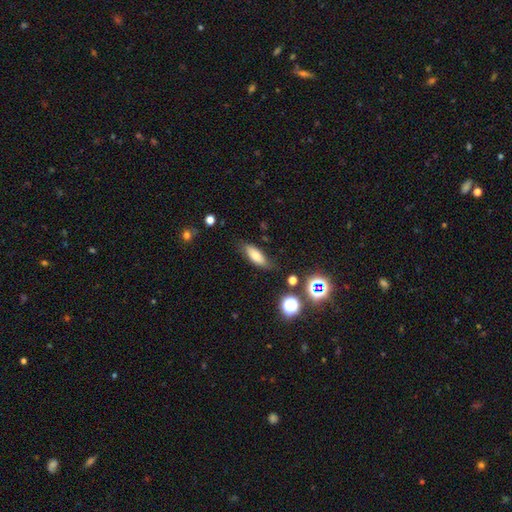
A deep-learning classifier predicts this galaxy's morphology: Smooth or featured? smooth (72%)
How rounded? in between (67%)
Merging? none (74%)